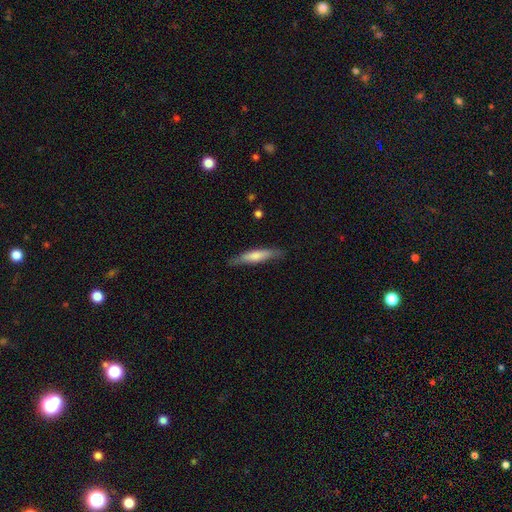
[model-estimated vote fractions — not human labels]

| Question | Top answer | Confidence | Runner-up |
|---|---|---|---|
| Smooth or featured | smooth | 64% | featured or disk (31%) |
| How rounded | cigar-shaped | 85% | in between (14%) |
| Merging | none | 81% | minor disturbance (14%) |